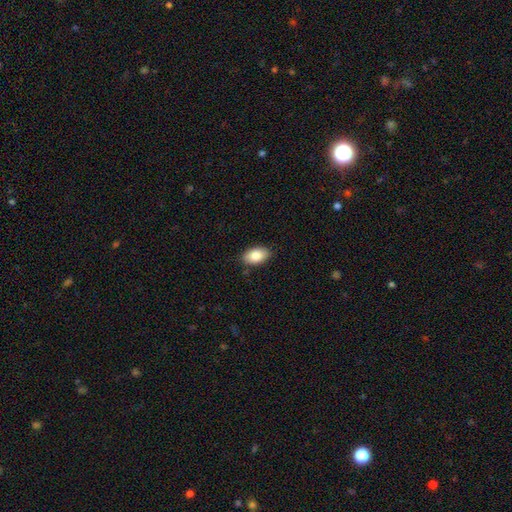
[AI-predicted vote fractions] smooth-or-featured: smooth: 84% | featured or disk: 9% | star or artifact: 7%
  how-rounded: in between: 93% | round: 5% | cigar-shaped: 2%
  merging: none: 87% | minor disturbance: 10% | major disturbance: 2% | merger: 1%